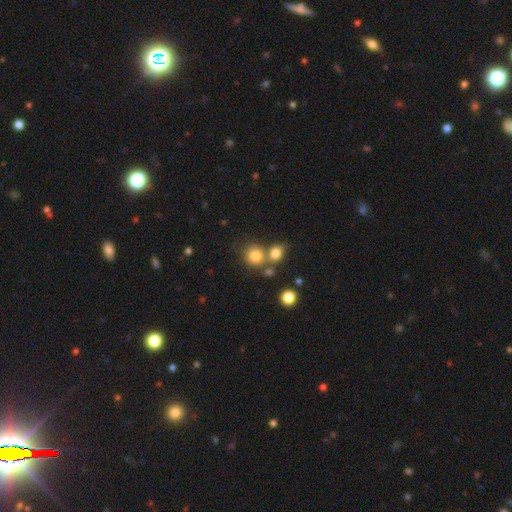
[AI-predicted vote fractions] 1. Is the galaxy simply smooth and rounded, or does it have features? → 80% smooth, 12% star or artifact, 8% featured or disk.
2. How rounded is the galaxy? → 83% round, 16% in between, 1% cigar-shaped.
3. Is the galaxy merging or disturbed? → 54% none, 33% merger, 9% minor disturbance, 4% major disturbance.